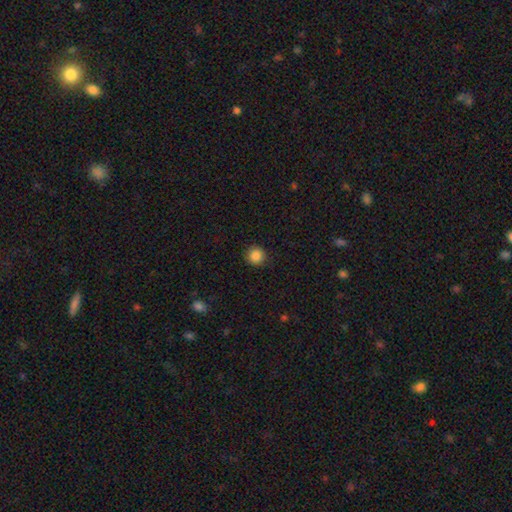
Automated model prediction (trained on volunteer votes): Overall: smooth (86%). How rounded: round (93%). Merging: none (89%).